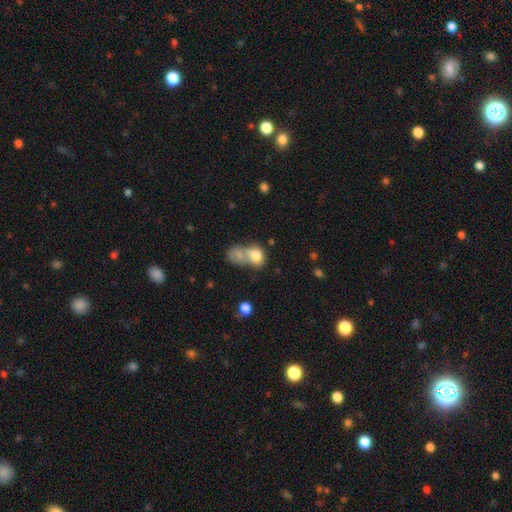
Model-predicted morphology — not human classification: This is likely a smooth galaxy (77%). How rounded: possibly in between (53%). Merging: likely merger (61%).